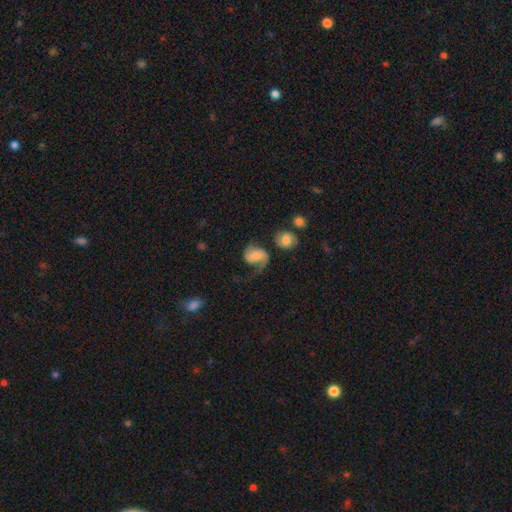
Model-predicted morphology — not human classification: Overall: featured or disk (57%; smooth 34%). Edge-on disk: no (97%). Bar: no (49%; weak 37%). Spiral arms: yes (90%). Bulge size: none (28%; small 27%). Merging: none (38%; major disturbance 35%).